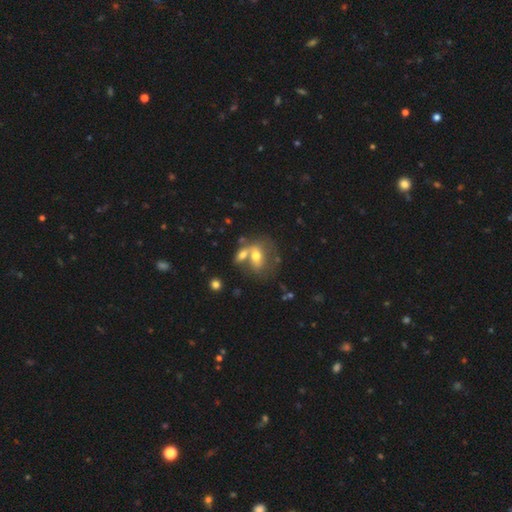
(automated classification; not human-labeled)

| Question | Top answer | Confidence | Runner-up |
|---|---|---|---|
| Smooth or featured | smooth | 57% | featured or disk (32%) |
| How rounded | in between | 68% | round (28%) |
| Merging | merger | 47% | none (33%) |